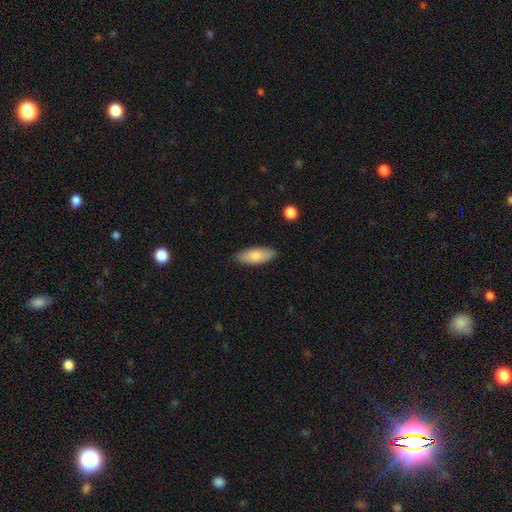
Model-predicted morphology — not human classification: This appears to be a smooth galaxy with no disk features (80%) that is in between round and cigar-shaped (78%). Merging: none (84%).